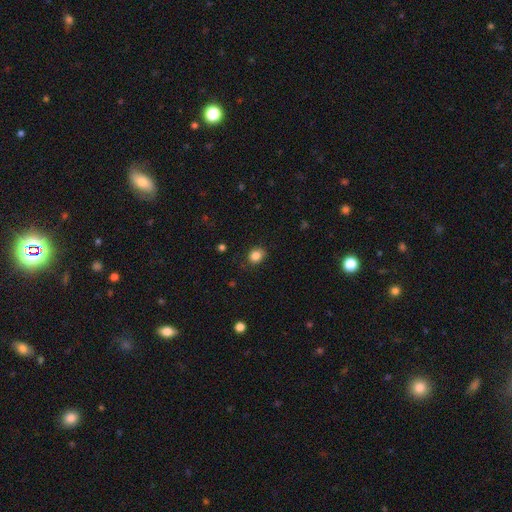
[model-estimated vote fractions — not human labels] A smooth galaxy with no disk features (86%) that is round (64%).

Vote fractions:
- Smooth or featured? smooth: 86% / star or artifact: 10% / featured or disk: 4%
- How rounded? round: 64% / in between: 35% / cigar-shaped: 1%
- Merging? none: 84% / minor disturbance: 12% / major disturbance: 3% / merger: 1%